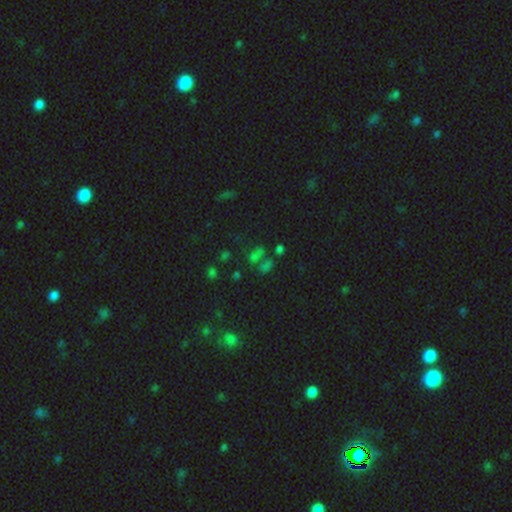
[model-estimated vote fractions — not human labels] Smooth or featured: star or artifact — 49% (smooth — 39%)